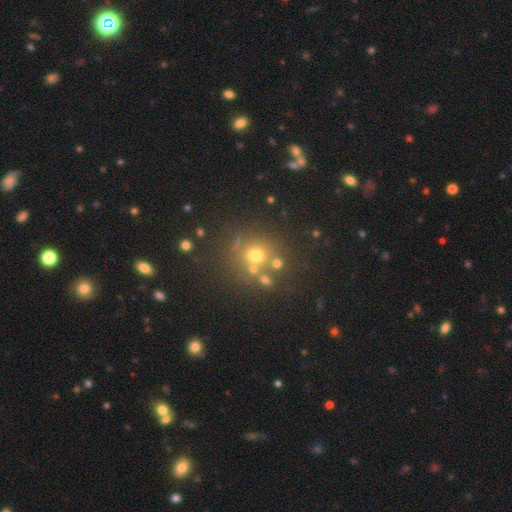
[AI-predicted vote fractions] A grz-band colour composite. It shows a smooth galaxy with no disk features (61%) that is round (87%). Merging: none (68%).